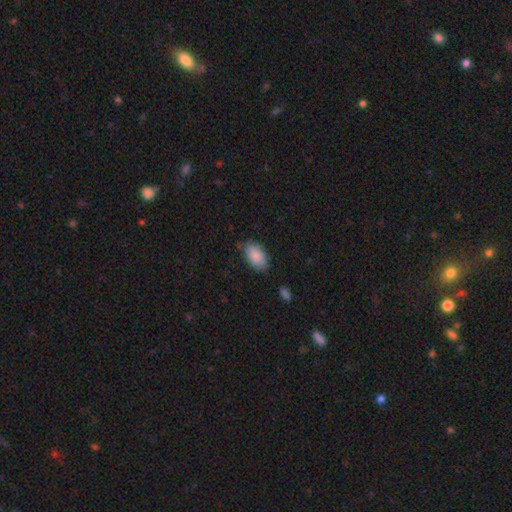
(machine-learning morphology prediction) A smooth galaxy with no disk features (87%) that is in between round and cigar-shaped (94%). Merging: none (77%).